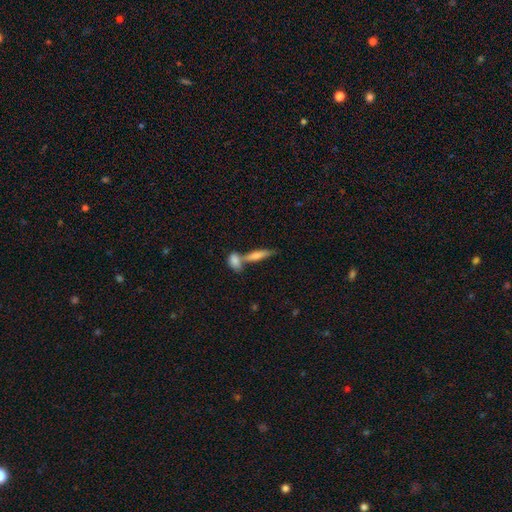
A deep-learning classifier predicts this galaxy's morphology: This appears to be a smooth galaxy with no disk features (64%) that is cigar-shaped (60%). Merging: none (44%, tied with merger).